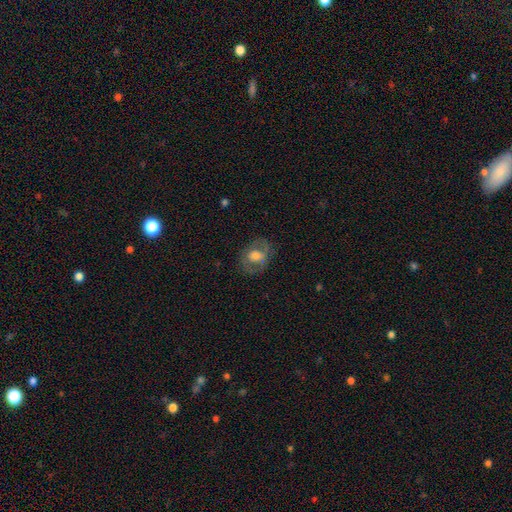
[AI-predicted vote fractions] smooth 50%, featured or disk 41%, star or artifact 9%. Down the decision tree: how rounded — in between (56%); merging — none (73%).